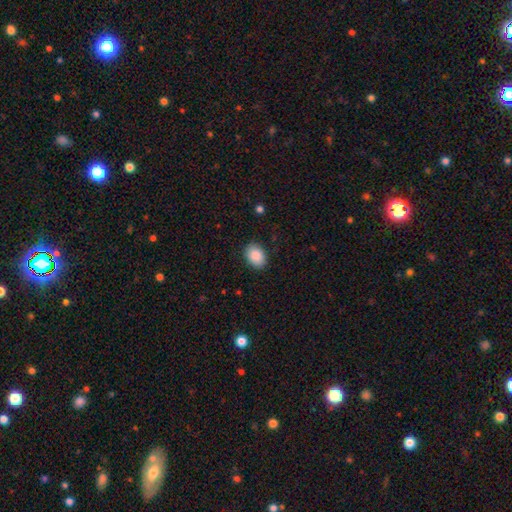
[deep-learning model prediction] Overall: smooth (89%). How rounded: in between (76%). Merging: none (88%).